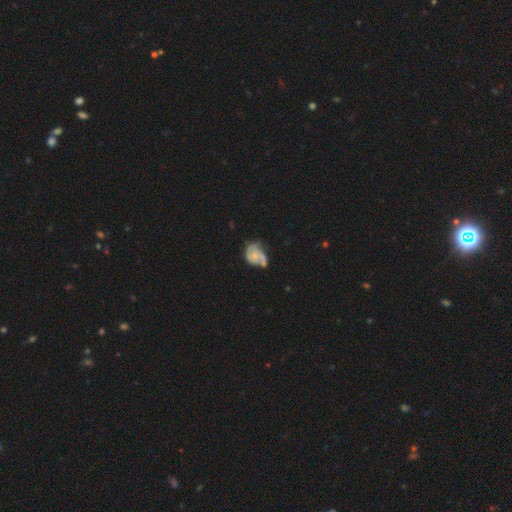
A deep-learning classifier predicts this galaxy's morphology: Smooth or featured? featured or disk (60%)
Edge-on disk? no (98%)
Bar? no (79%)
Spiral arms? yes (74%)
Bulge size? small (57%)
Merging? none (32%)